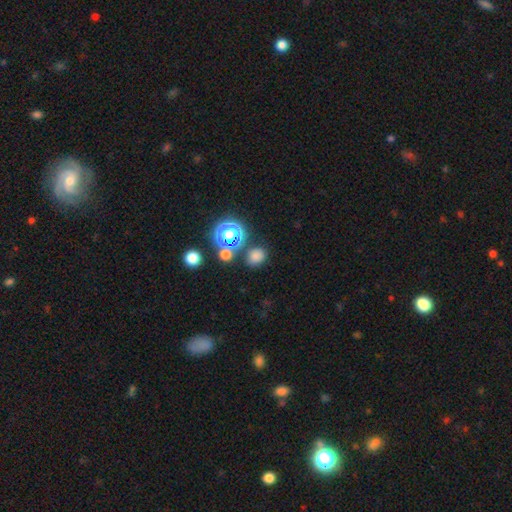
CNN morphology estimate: Overall: smooth (71%). How rounded: round (66%; in between 33%). Merging: none (75%).